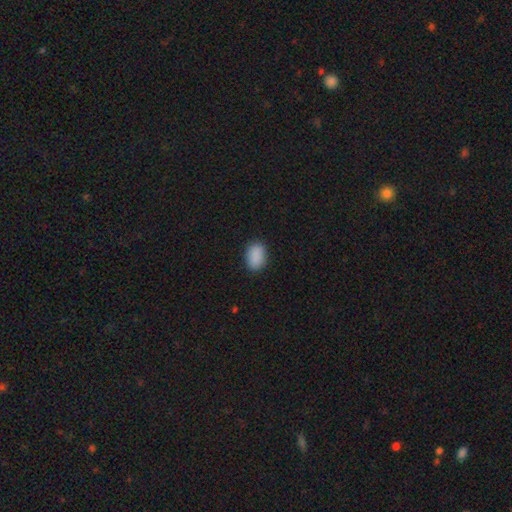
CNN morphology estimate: Smooth or featured? Predicted: smooth (p=0.89). How rounded? Predicted: in between (p=0.84). Merging? Predicted: none (p=0.85).